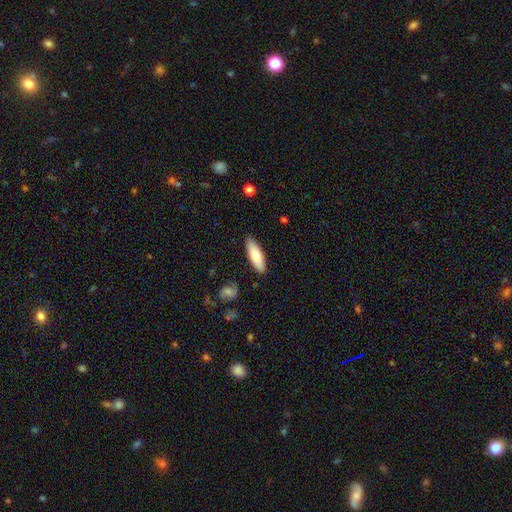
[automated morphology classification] This appears to be a smooth galaxy with no disk features (77%) that is in between round and cigar-shaped (57%). Merging: none (86%).